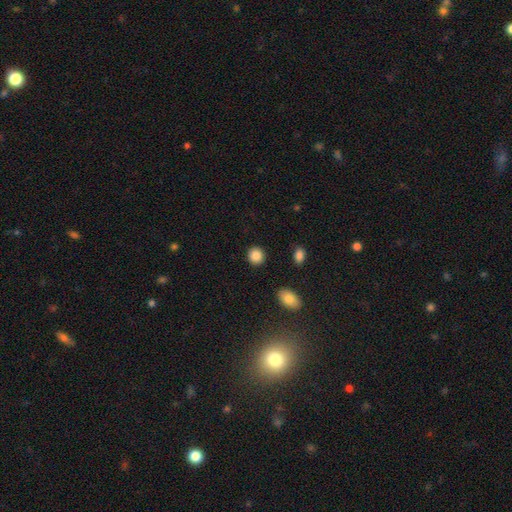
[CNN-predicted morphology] A smooth galaxy with no disk features (87%) that is round (86%). Merging: none (90%).